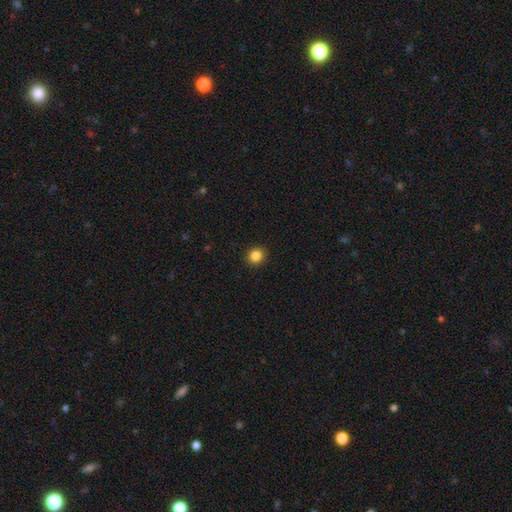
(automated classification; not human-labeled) Smooth or featured: smooth — 85% (star or artifact — 11%)
How rounded: round — 86% (in between — 13%)
Merging: none — 92% (minor disturbance — 6%)